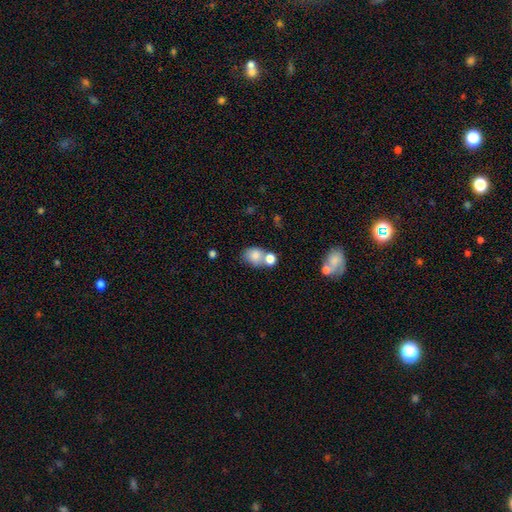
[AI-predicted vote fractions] Q: Smooth or featured?
A: smooth (79%); runner-up: featured or disk (11%)
Q: How rounded?
A: in between (55%); runner-up: round (44%)
Q: Merging?
A: merger (42%); runner-up: none (39%)